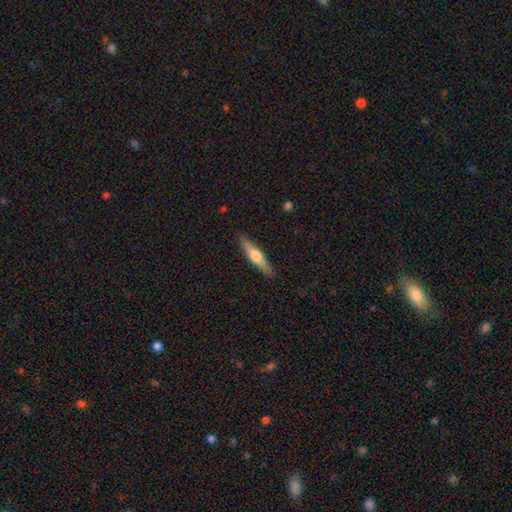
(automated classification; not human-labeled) smooth-or-featured: featured or disk: 55% | smooth: 40% | star or artifact: 5%
  disk-edge-on: yes: 96% | no: 4%
    edge-on-bulge: rounded: 93% | none: 4% | boxy: 4%
  merging: none: 90% | minor disturbance: 7% | major disturbance: 2% | merger: 1%